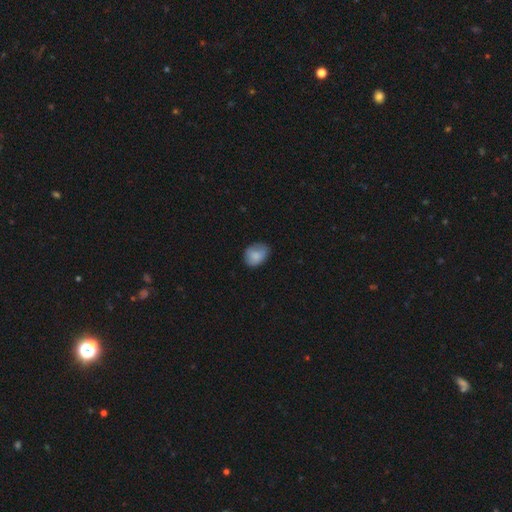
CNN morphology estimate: Q: Smooth or featured?
A: smooth (84%); runner-up: featured or disk (9%)
Q: How rounded?
A: in between (61%); runner-up: round (38%)
Q: Merging?
A: none (63%); runner-up: minor disturbance (29%)